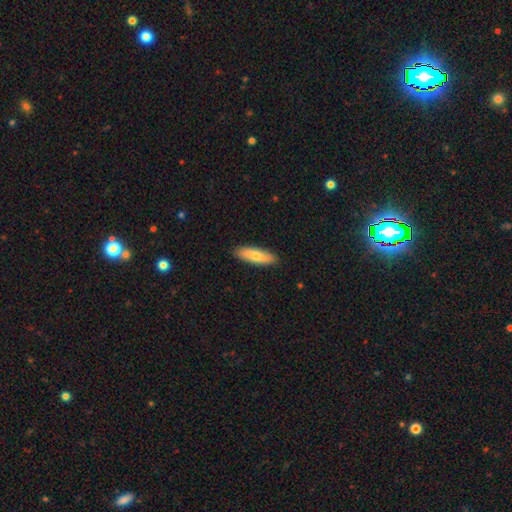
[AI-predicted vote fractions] The model was most divided on "how rounded": cigar-shaped: 64%, in between: 34%, round: 2%. More confident: merging — none (91%); smooth or featured — smooth (70%).